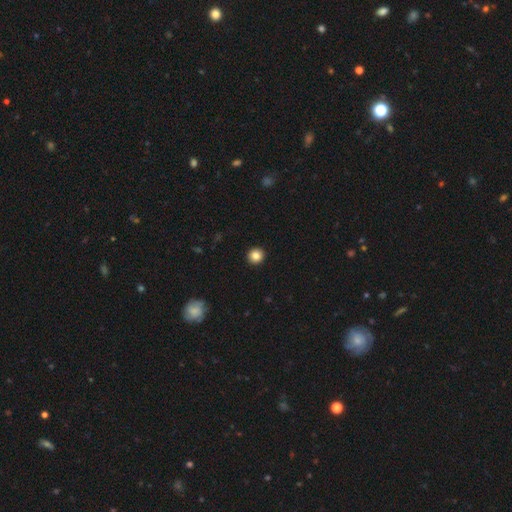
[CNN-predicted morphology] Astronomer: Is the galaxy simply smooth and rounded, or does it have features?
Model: smooth — 85%.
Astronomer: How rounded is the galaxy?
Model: round — 92%.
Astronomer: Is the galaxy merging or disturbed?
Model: none — 94%.